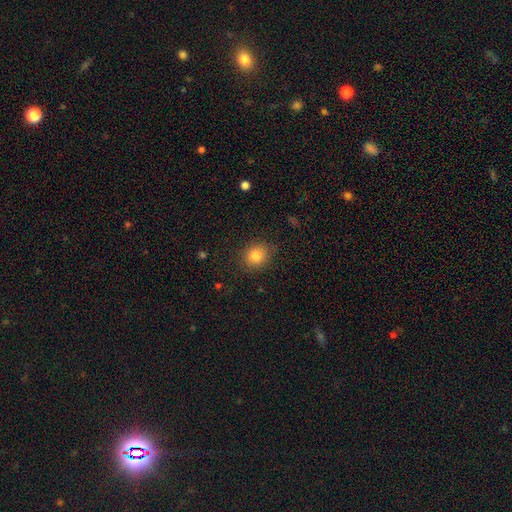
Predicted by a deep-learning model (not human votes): Q: Smooth or featured?
A: smooth (82%); runner-up: star or artifact (11%)
Q: How rounded?
A: round (75%); runner-up: in between (25%)
Q: Merging?
A: none (83%); runner-up: minor disturbance (12%)